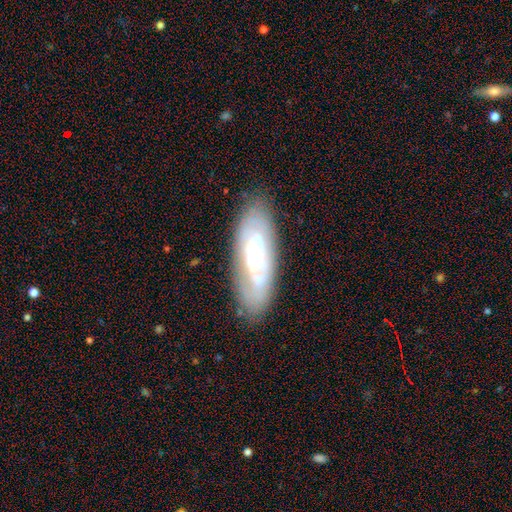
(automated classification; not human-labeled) Smooth or featured?
  - featured or disk: 65% *
  - smooth: 27%
  - star or artifact: 8%
Edge-on disk?
  - no: 84% *
  - yes: 16%
Bar?
  - no: 64% *
  - weak: 26%
  - strong: 10%
Spiral arms?
  - yes: 55% *
  - no: 45%
Bulge size?
  - small: 42% *
  - moderate: 37%
  - none: 10%
  - large: 9%
  - dominant: 2%
Merging?
  - none: 71% *
  - minor disturbance: 17%
  - major disturbance: 7%
  - merger: 5%